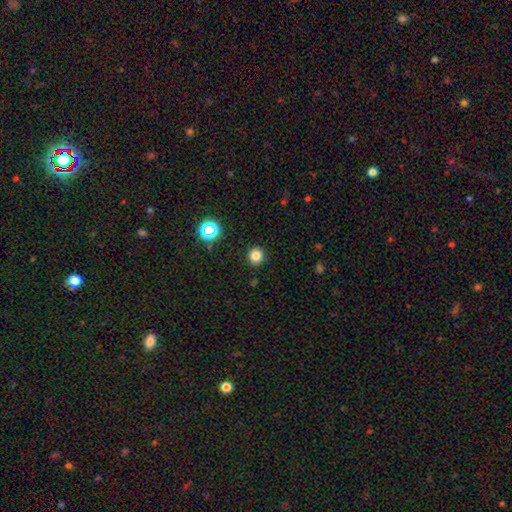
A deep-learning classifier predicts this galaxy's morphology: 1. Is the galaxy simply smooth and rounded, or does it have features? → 81% smooth, 15% star or artifact, 4% featured or disk.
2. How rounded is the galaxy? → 91% round, 8% in between, 1% cigar-shaped.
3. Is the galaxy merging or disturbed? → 91% none, 5% minor disturbance, 2% major disturbance, 1% merger.